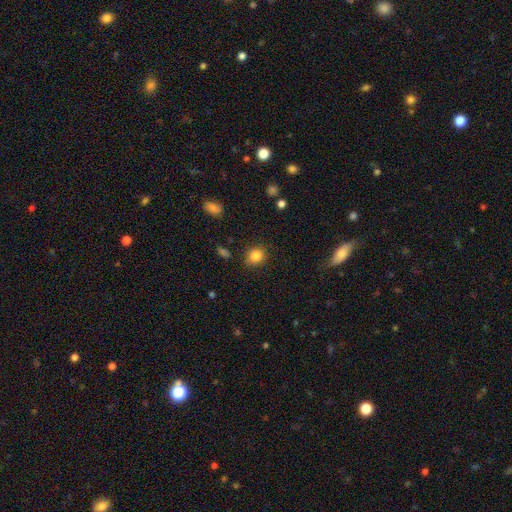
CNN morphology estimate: A smooth galaxy with no disk features (85%) that is round (75%).

Vote fractions:
- Smooth or featured? smooth: 85% / star or artifact: 10% / featured or disk: 5%
- How rounded? round: 75% / in between: 24% / cigar-shaped: 1%
- Merging? none: 83% / minor disturbance: 12% / major disturbance: 3% / merger: 2%